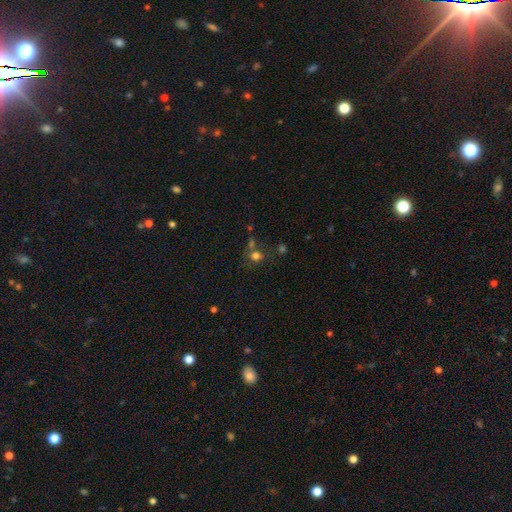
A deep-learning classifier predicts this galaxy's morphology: smooth_or_featured: smooth (p=0.69) [alt: star or artifact p=0.20]
how_rounded: round (p=0.69) [alt: in between p=0.30]
merging: none (p=0.55) [alt: merger p=0.24]